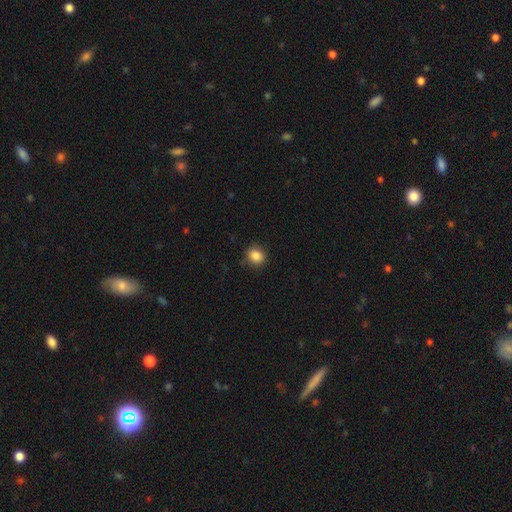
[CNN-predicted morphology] This appears to be a smooth galaxy with no disk features (86%) that is round (72%). Merging: none (84%).